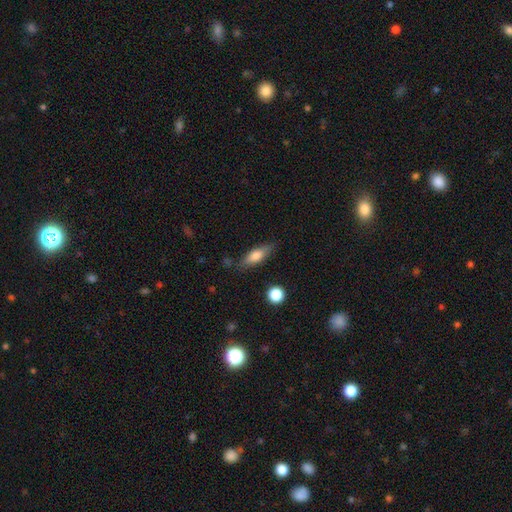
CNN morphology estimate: The model was most divided on "how rounded": in between: 56%, cigar-shaped: 41%, round: 3%. More confident: merging — none (78%); smooth or featured — smooth (68%).